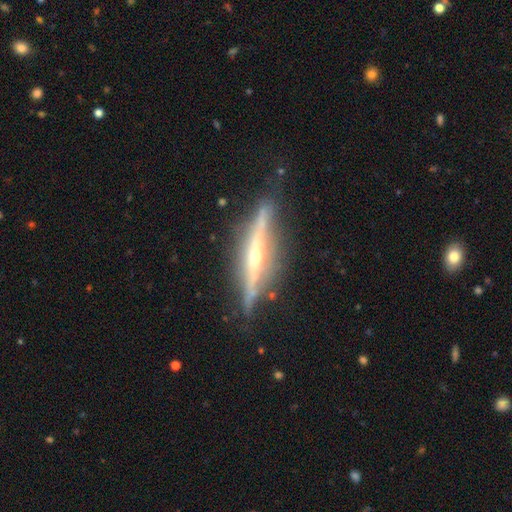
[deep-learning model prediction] A featured or disk galaxy (84%) viewed edge-on (96%) with a rounded central bulge (70%). Merging: none (79%).